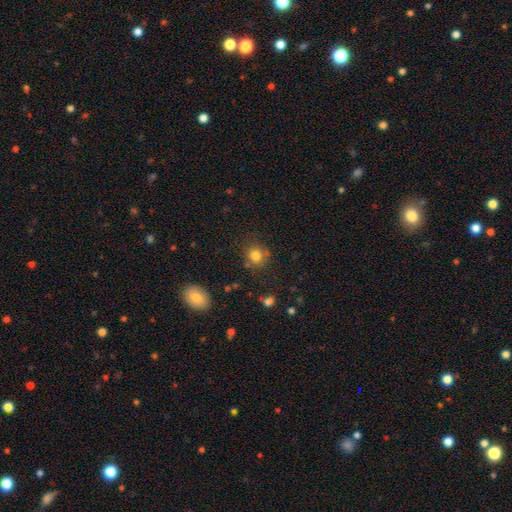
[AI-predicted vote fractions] Smooth or featured: smooth — 81% (star or artifact — 12%)
How rounded: round — 84% (in between — 15%)
Merging: none — 79% (minor disturbance — 13%)